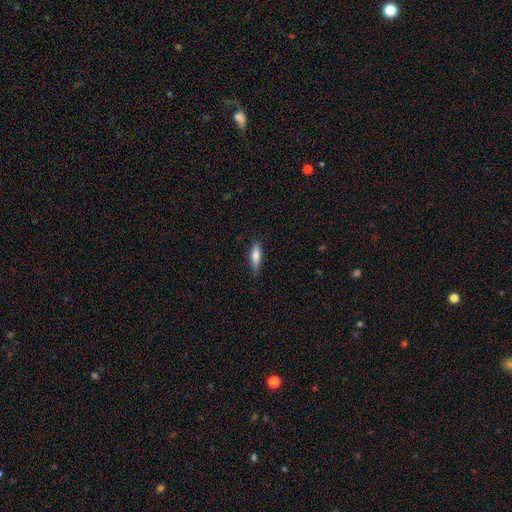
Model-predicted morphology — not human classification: Smooth or featured? Predicted: smooth (p=0.78). How rounded? Predicted: cigar-shaped (p=0.58). Merging? Predicted: none (p=0.84).